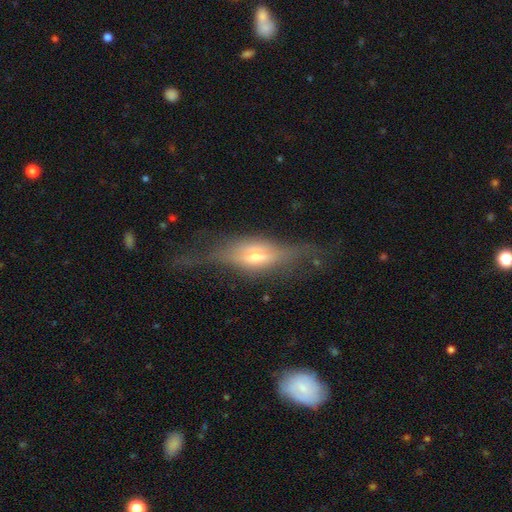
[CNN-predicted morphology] Q: Smooth or featured?
A: featured or disk (71%); runner-up: smooth (21%)
Q: Edge-on disk?
A: yes (87%); runner-up: no (13%)
Q: Edge-on bulge?
A: rounded (83%); runner-up: boxy (13%)
Q: Merging?
A: none (61%); runner-up: minor disturbance (21%)